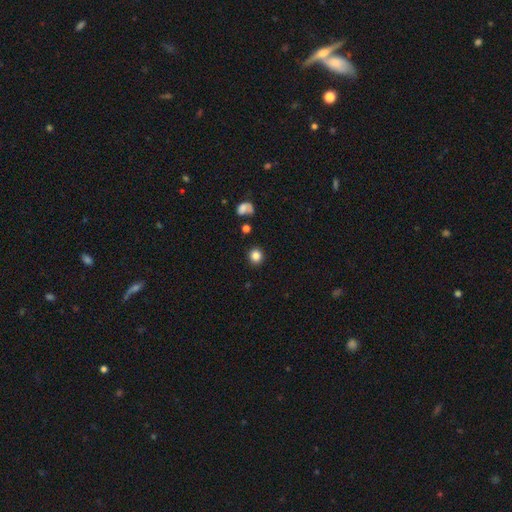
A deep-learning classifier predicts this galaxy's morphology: This appears to be a smooth galaxy with no disk features (83%) that is round (90%). Merging: none (90%).